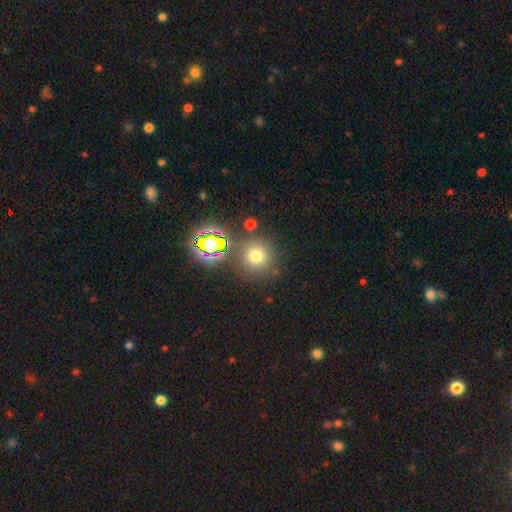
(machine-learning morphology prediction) This is likely a smooth galaxy (68%). How rounded: clearly round (93%). Merging: likely none (80%).